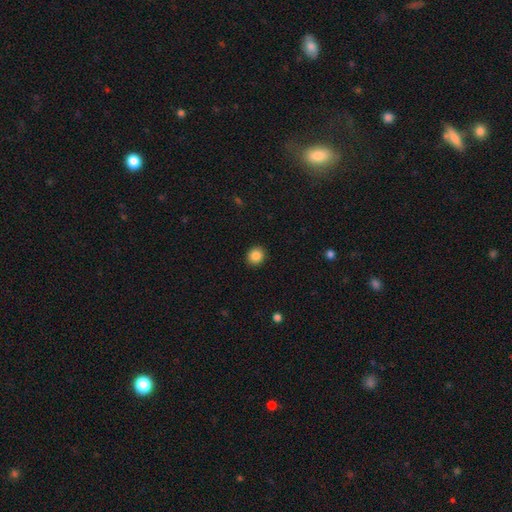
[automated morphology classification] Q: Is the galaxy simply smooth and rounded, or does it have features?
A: smooth — 86%.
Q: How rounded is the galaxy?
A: round — 84%.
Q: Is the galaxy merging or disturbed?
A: none — 92%.